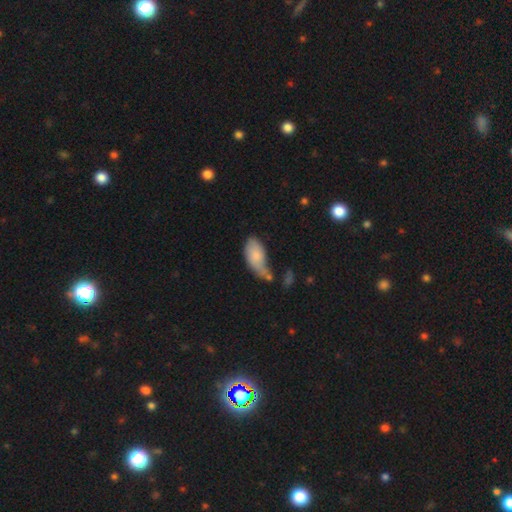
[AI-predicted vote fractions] Overall: smooth (76%). How rounded: in between (93%). Merging: minor disturbance (32%; none 27%).